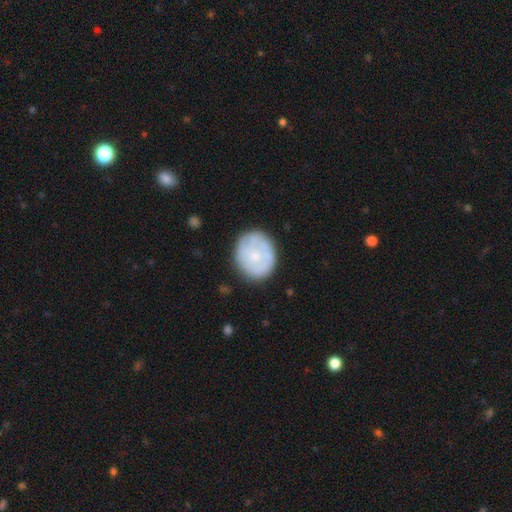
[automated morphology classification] Smooth or featured: smooth — 52% (featured or disk — 42%)
How rounded: round — 68% (in between — 31%)
Merging: none — 76% (minor disturbance — 17%)